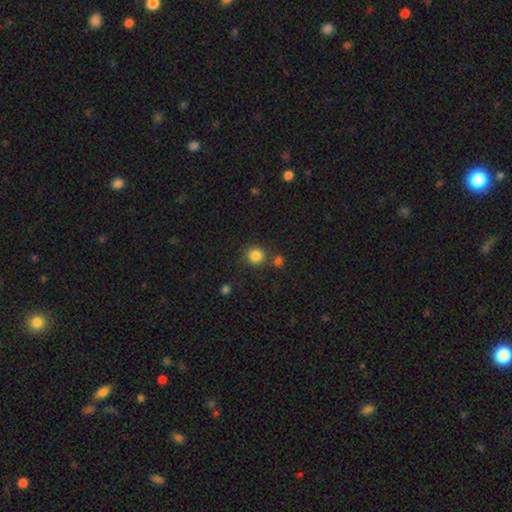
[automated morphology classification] Smooth or featured? smooth (85%)
How rounded? round (91%)
Merging? none (79%)